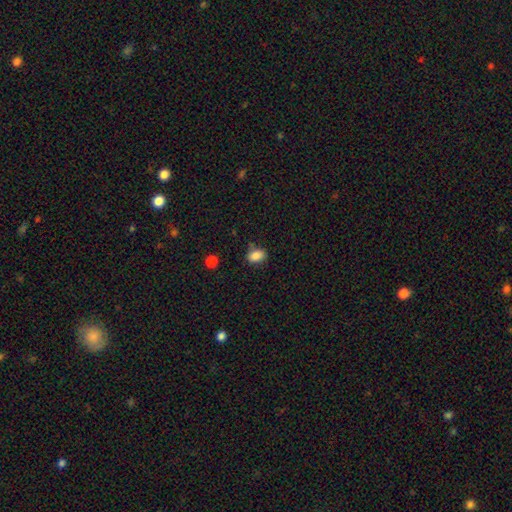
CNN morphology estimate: A smooth galaxy with no disk features (86%) that is in between round and cigar-shaped (78%). Merging: none (75%).